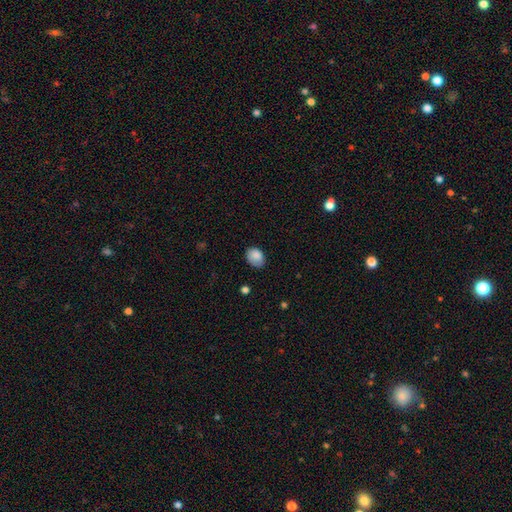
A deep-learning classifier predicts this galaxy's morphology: Overall: smooth (86%). How rounded: in between (63%; round 36%). Merging: none (69%).